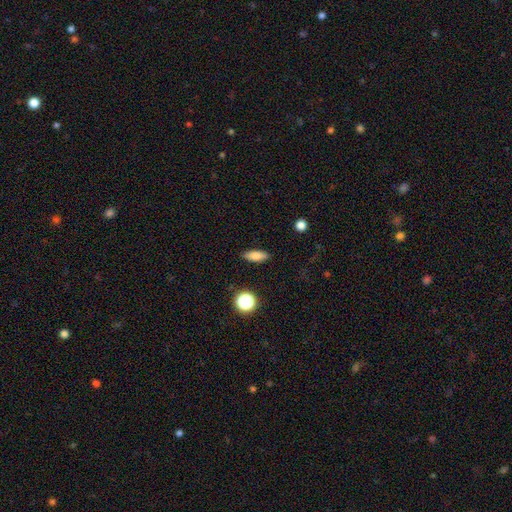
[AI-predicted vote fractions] Q: Smooth or featured?
A: smooth (79%); runner-up: featured or disk (12%)
Q: How rounded?
A: in between (61%); runner-up: cigar-shaped (34%)
Q: Merging?
A: none (88%); runner-up: minor disturbance (9%)